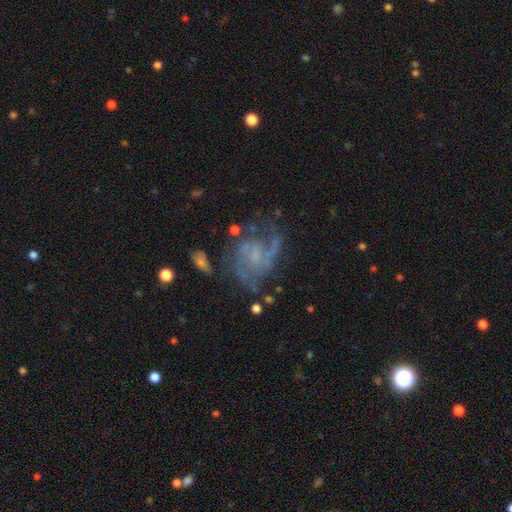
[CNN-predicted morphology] Smooth or featured: featured or disk — 78% (smooth — 11%)
Edge-on disk: no — 98% (yes — 2%)
Bar: no — 62% (weak — 32%)
Spiral arms: yes — 87% (no — 13%)
Spiral winding: medium — 47% (loose — 27%)
Spiral arm count: 2 — 47% (can't tell — 22%)
Bulge size: small — 41% (tied with none — 41%)
Merging: none — 50% (major disturbance — 25%)